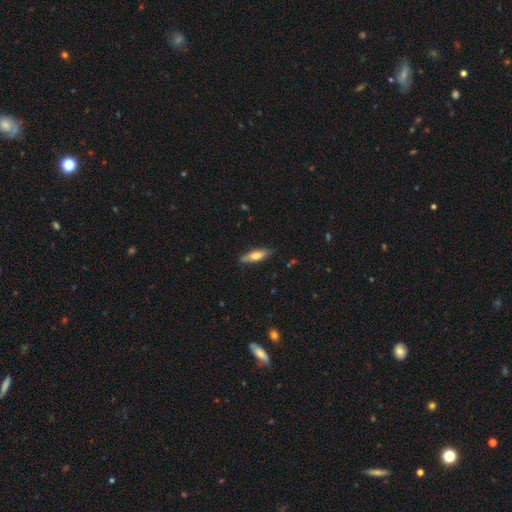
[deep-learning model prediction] Overall: smooth (65%; featured or disk 28%). How rounded: cigar-shaped (53%; in between 45%). Merging: none (79%).